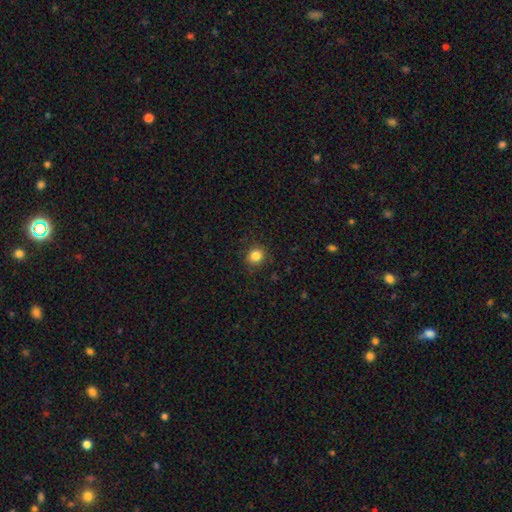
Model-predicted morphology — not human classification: Smooth or featured?
  - smooth: 84% *
  - star or artifact: 11%
  - featured or disk: 5%
How rounded?
  - round: 83% *
  - in between: 16%
  - cigar-shaped: 1%
Merging?
  - none: 88% *
  - minor disturbance: 8%
  - major disturbance: 3%
  - merger: 1%